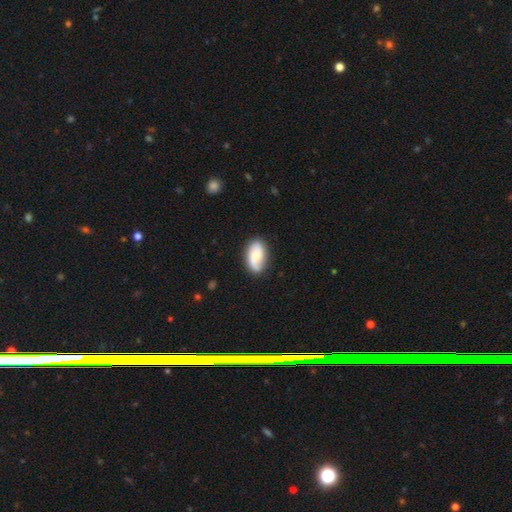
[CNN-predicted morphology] Smooth or featured? Predicted: featured or disk (p=0.50). Merging? Predicted: none (p=0.79).